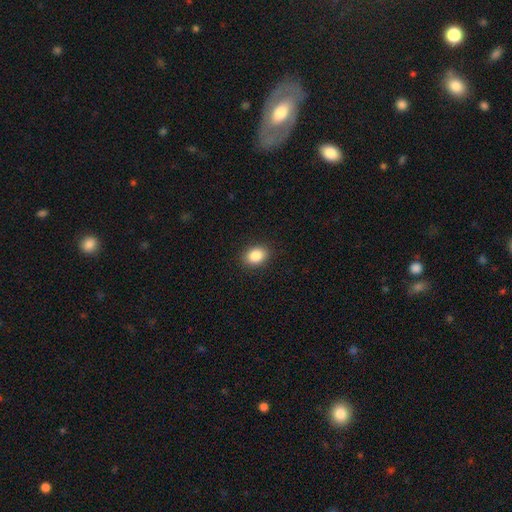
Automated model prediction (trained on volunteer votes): smooth 87%, star or artifact 9%, featured or disk 5%. Down the decision tree: how rounded — in between (66%); merging — none (90%).